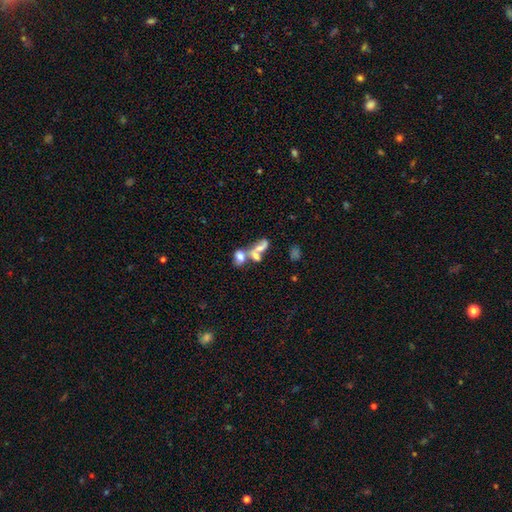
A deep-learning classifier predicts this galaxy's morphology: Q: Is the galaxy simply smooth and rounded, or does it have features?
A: smooth — 56%.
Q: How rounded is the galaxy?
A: in between — 69%.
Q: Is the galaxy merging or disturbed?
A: merger — 65%.